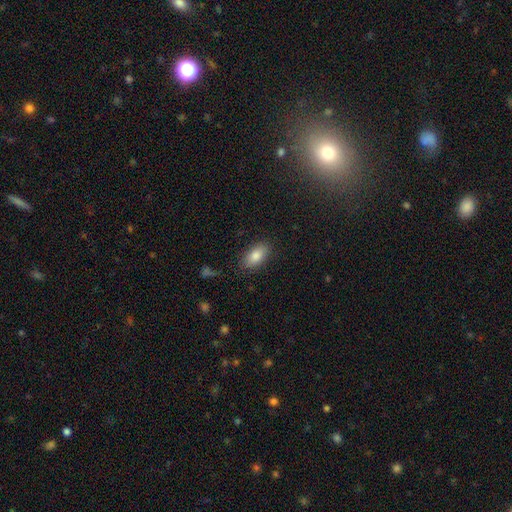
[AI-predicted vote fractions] This is clearly a smooth galaxy (84%). How rounded: clearly in between (91%). Merging: clearly none (85%).